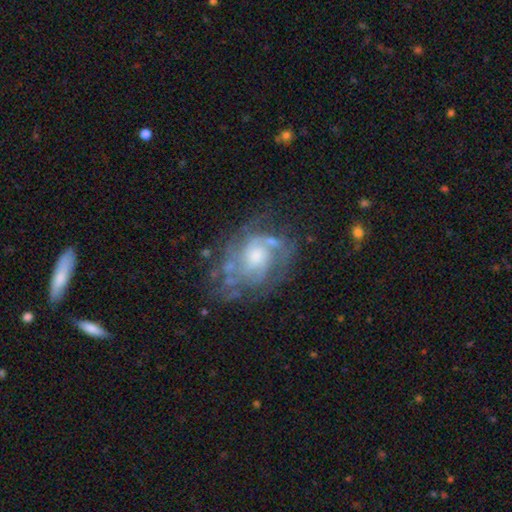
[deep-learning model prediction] Overall: featured or disk (81%). Edge-on disk: no (97%). Bar: no (71%). Spiral arms: yes (88%). Spiral arm count: can't tell (38%; 2 22%). Spiral winding: tight (48%; medium 39%). Bulge size: moderate (49%; small 28%). Merging: none (60%; minor disturbance 20%).